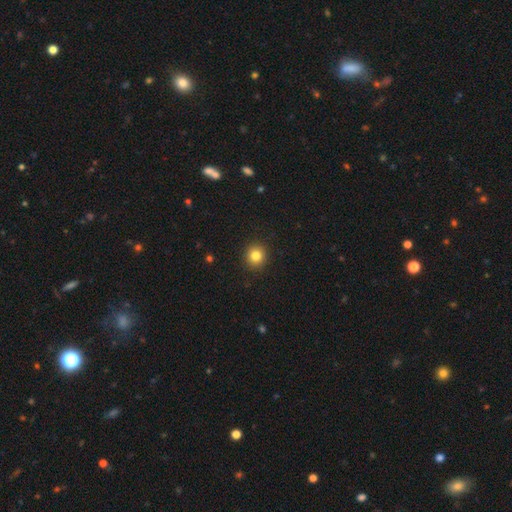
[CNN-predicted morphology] smooth 83%, star or artifact 11%, featured or disk 6%. Down the decision tree: how rounded — round (91%); merging — none (92%).